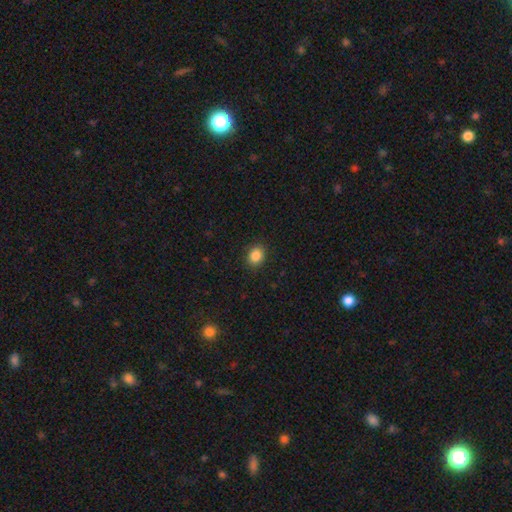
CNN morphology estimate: type=smooth (86%); roundness=round (59%); merging=none (90%).